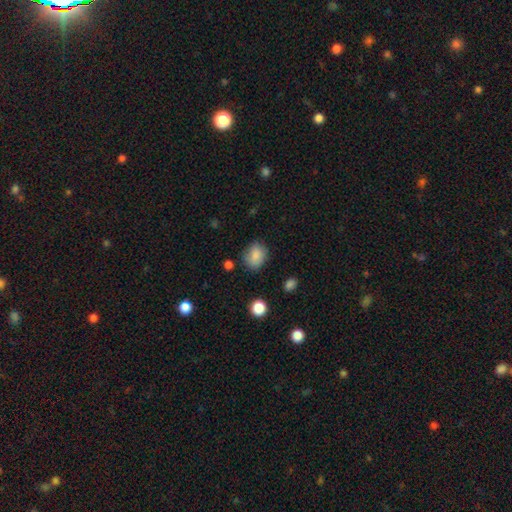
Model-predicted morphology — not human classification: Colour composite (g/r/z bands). It shows a smooth galaxy with no disk features (85%) that is round (54%). Merging: none (76%).